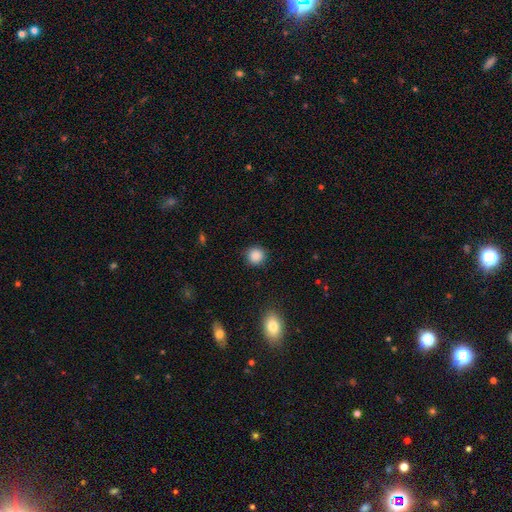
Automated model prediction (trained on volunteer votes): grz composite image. It shows a smooth galaxy with no disk features (88%) that is round (91%). Merging: none (88%).